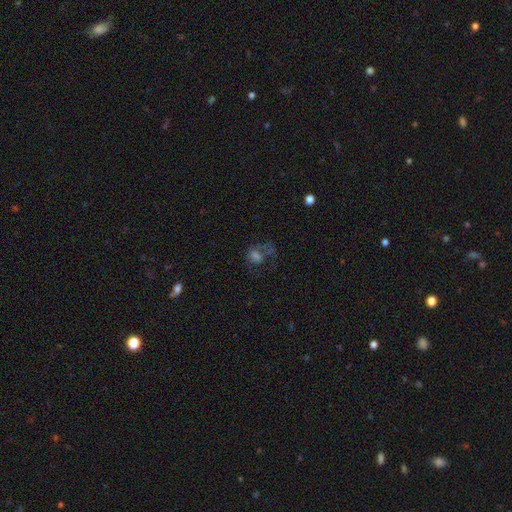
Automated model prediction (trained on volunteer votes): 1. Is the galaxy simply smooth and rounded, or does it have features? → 43% smooth, 32% featured or disk, 25% star or artifact.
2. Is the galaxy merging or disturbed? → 40% major disturbance, 34% none, 16% minor disturbance, 10% merger.